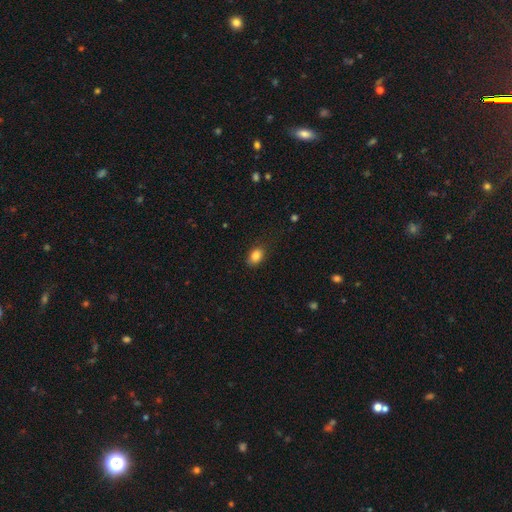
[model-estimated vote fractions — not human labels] smooth 85%, star or artifact 10%, featured or disk 6%. Down the decision tree: how rounded — in between (75%); merging — none (81%).